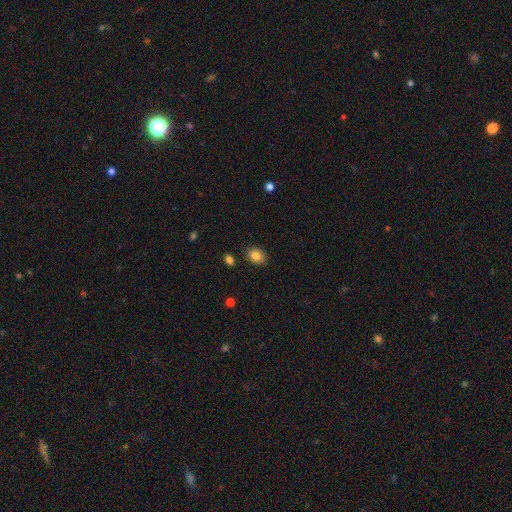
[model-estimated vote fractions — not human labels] This is clearly a smooth galaxy (83%). How rounded: likely in between (66%). Merging: clearly none (85%).